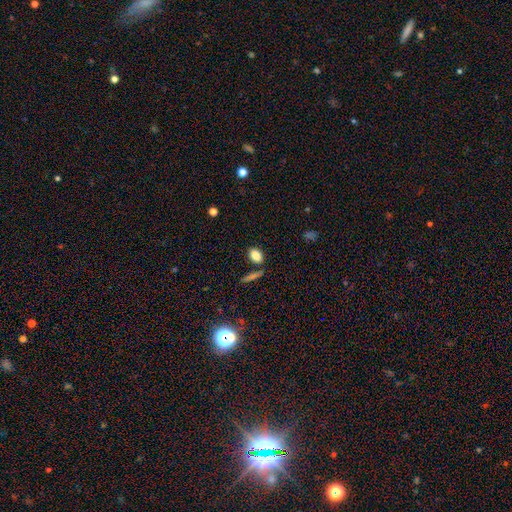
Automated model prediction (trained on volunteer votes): A smooth galaxy with no disk features (84%) that is in between round and cigar-shaped (83%).

Vote fractions:
- Smooth or featured? smooth: 84% / star or artifact: 9% / featured or disk: 7%
- How rounded? in between: 83% / round: 14% / cigar-shaped: 4%
- Merging? none: 78% / minor disturbance: 11% / merger: 9% / major disturbance: 3%